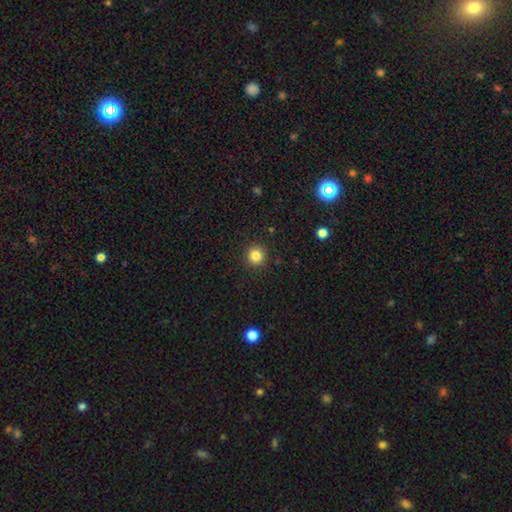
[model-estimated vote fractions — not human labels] Smooth or featured: smooth — 83% (star or artifact — 12%)
How rounded: round — 95% (in between — 4%)
Merging: none — 92% (minor disturbance — 5%)